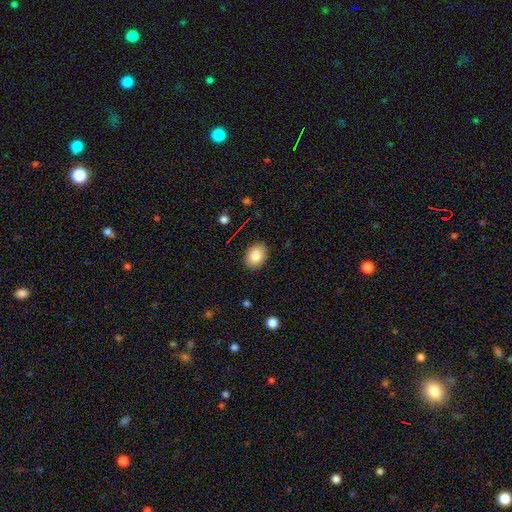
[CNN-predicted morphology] Q: Smooth or featured?
A: smooth (84%); runner-up: star or artifact (8%)
Q: How rounded?
A: in between (65%); runner-up: round (34%)
Q: Merging?
A: none (89%); runner-up: minor disturbance (8%)